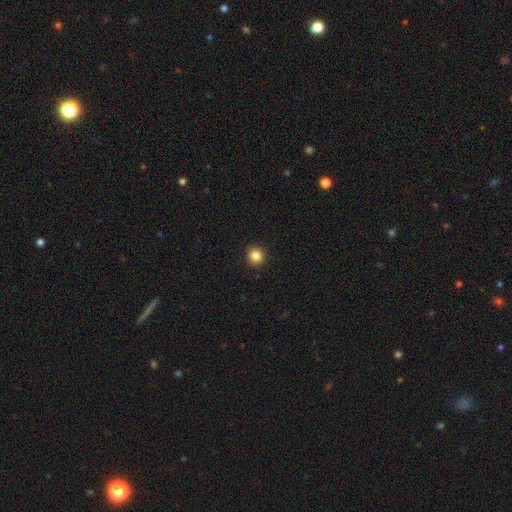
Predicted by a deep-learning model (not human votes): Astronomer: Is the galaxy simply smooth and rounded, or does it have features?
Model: smooth — 85%.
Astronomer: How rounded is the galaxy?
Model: round — 94%.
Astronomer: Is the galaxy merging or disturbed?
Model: none — 93%.